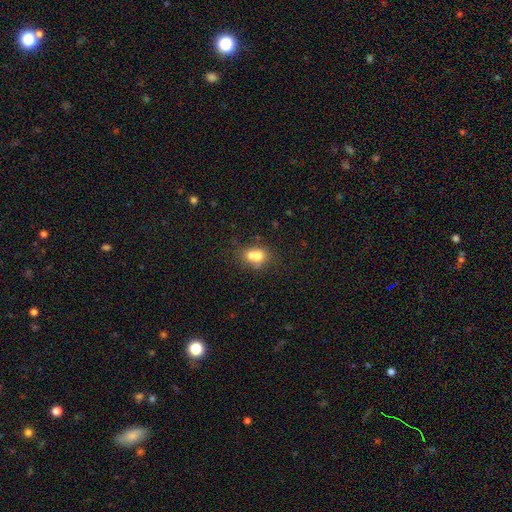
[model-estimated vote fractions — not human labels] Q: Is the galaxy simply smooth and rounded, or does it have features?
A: smooth — 67%.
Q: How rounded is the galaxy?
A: round — 64%.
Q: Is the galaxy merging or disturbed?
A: merger — 61%.